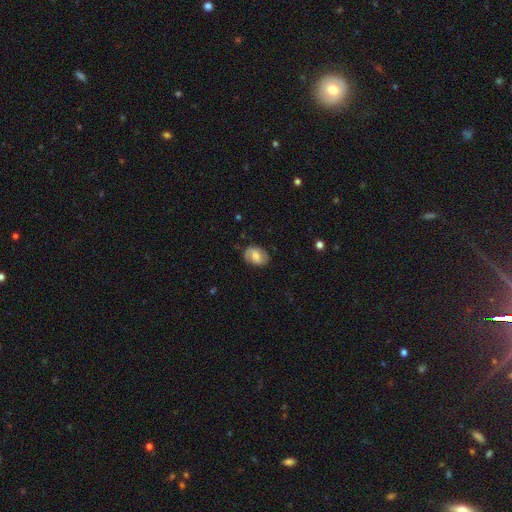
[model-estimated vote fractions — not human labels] Smooth or featured? Predicted: smooth (p=0.52). How rounded? Predicted: in between (p=0.76). Merging? Predicted: none (p=0.78).